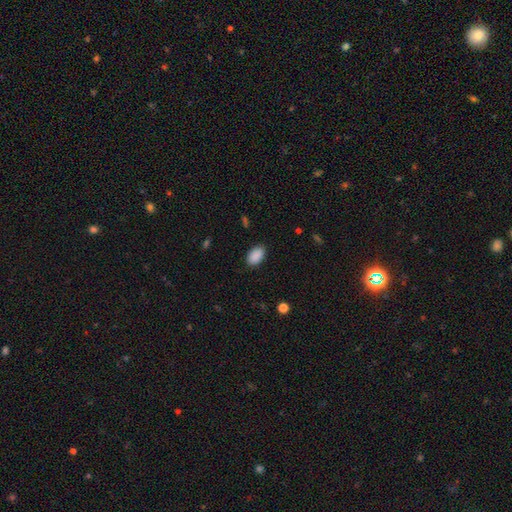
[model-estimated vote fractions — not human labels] This is clearly a smooth galaxy (90%). How rounded: clearly in between (92%). Merging: clearly none (87%).